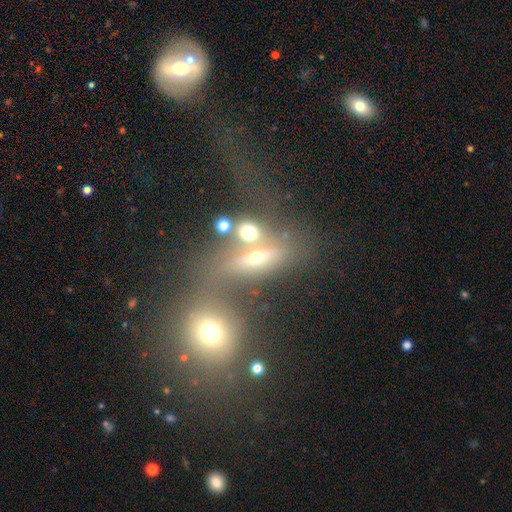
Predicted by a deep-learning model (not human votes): Smooth or featured? Predicted: smooth (p=0.45). Merging? Predicted: merger (p=0.59).